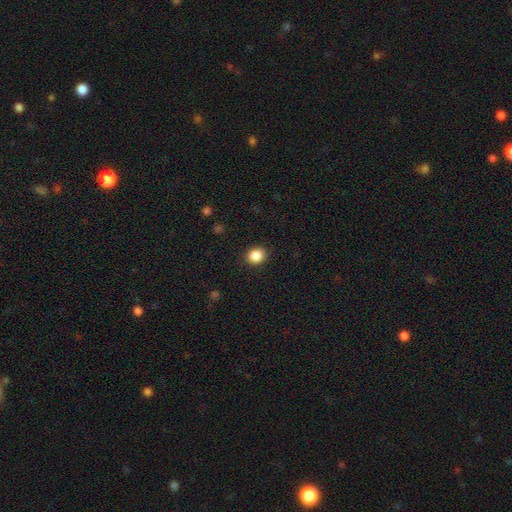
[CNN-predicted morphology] A smooth galaxy with no disk features (86%) that is round (64%). Merging: none (89%).